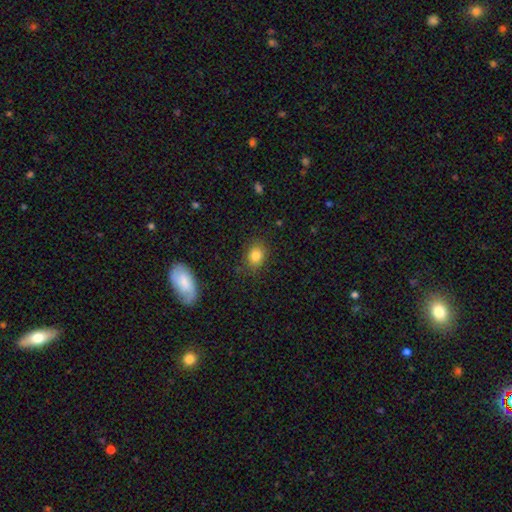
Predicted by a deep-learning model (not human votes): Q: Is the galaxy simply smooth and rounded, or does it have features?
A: smooth — 82%.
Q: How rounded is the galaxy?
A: round — 50%.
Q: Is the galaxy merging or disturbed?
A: none — 84%.